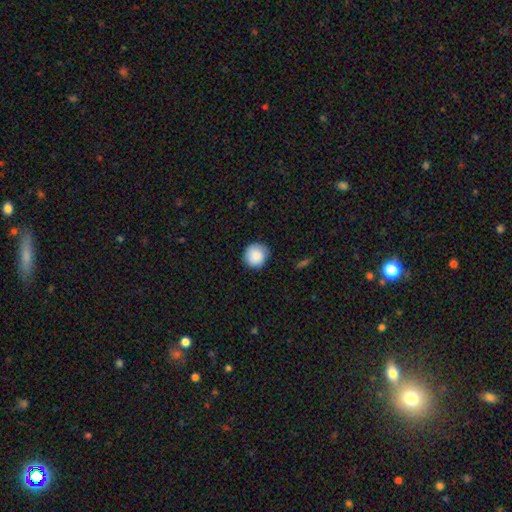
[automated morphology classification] type=smooth (87%); roundness=round (92%); merging=none (82%).